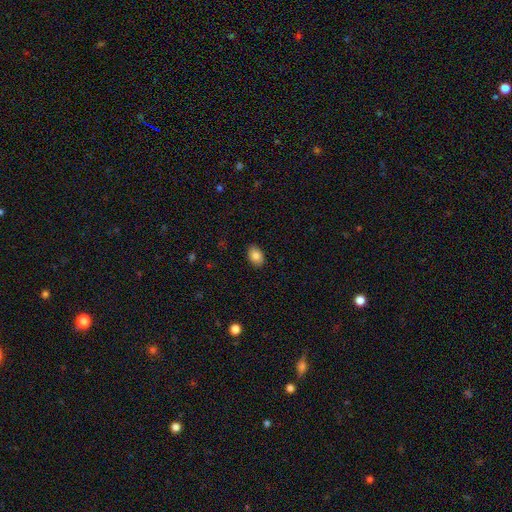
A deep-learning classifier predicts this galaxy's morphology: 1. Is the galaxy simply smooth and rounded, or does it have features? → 85% smooth, 8% star or artifact, 7% featured or disk.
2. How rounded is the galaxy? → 84% in between, 15% round, 1% cigar-shaped.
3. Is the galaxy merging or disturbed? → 88% none, 9% minor disturbance, 2% major disturbance, 1% merger.